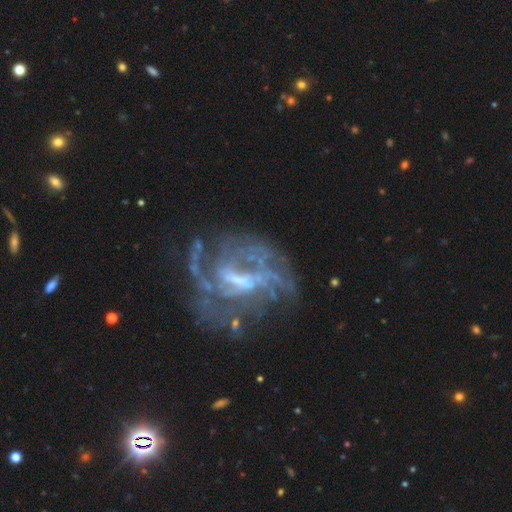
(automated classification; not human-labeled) This is likely a featured or disk galaxy (74%). It is clearly not viewed edge-on (93%). Bar: marginally weak (41%). Spiral arm pattern: likely yes (71%). Central bulge: marginally small (40%). Merging: possibly none (55%).